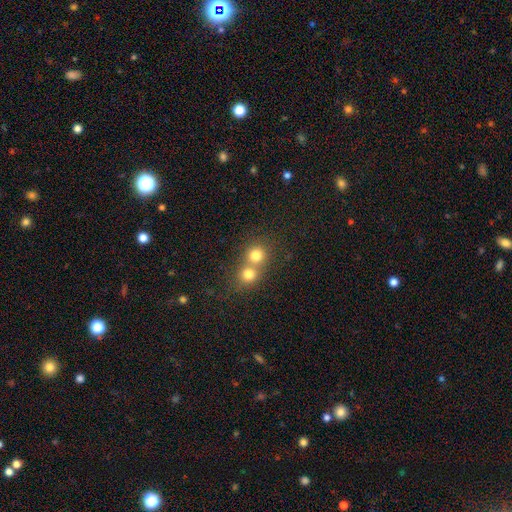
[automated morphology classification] type=smooth (77%); roundness=round (87%); merging=merger (55%).